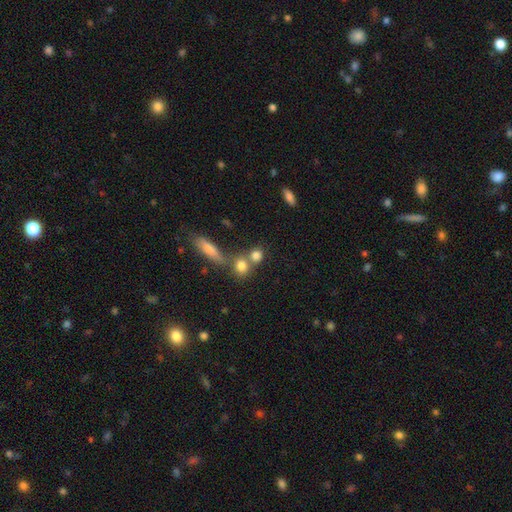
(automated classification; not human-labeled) Smooth or featured? Predicted: smooth (p=0.79). How rounded? Predicted: round (p=0.71). Merging? Predicted: none (p=0.48).